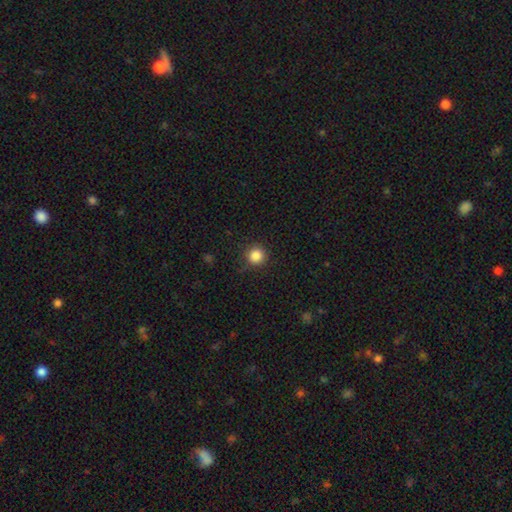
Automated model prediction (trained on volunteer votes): smooth_or_featured: smooth (p=0.85) [alt: star or artifact p=0.11]
how_rounded: round (p=0.95) [alt: in between p=0.04]
merging: none (p=0.88) [alt: minor disturbance p=0.08]